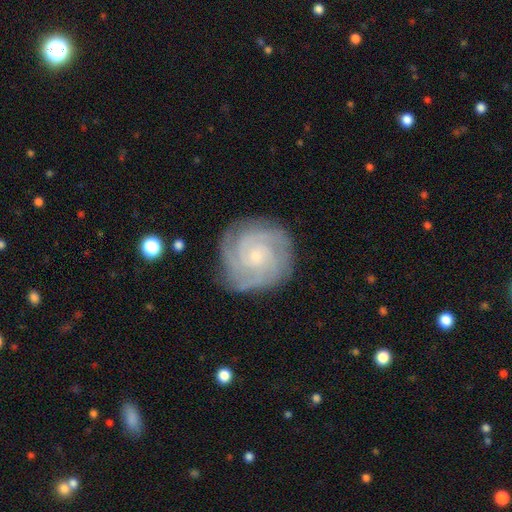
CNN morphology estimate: featured or disk 88%, smooth 7%, star or artifact 5%. Down the decision tree: edge-on disk — no (98%); bar — no (71%); spiral arms — yes (98%); spiral arm count — 3 (38%); spiral winding — tight (76%); bulge size — small (76%); merging — none (82%).